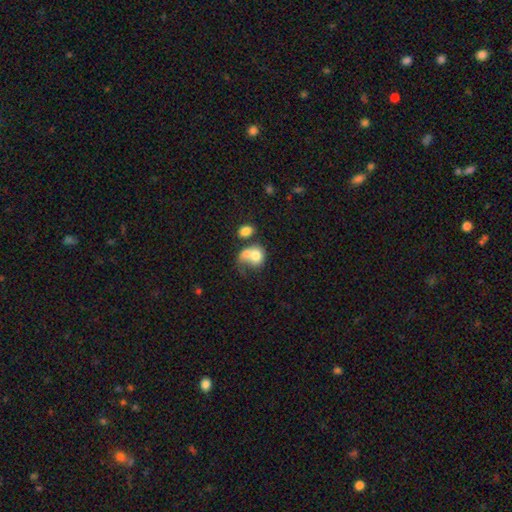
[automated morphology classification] Overall: smooth (70%). How rounded: round (54%; in between 45%). Merging: merger (48%; major disturbance 21%).